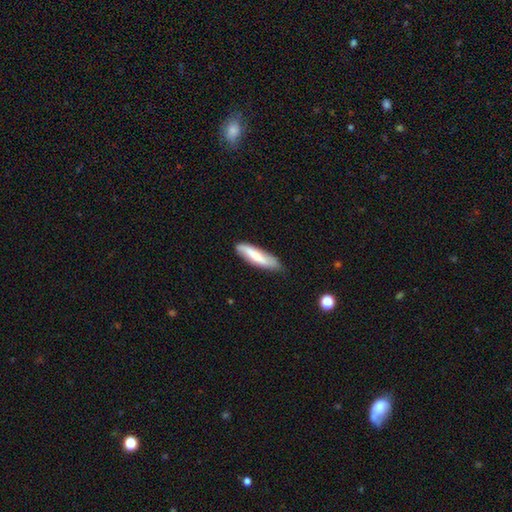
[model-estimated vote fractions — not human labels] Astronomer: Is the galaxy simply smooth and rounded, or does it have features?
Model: smooth — 63%.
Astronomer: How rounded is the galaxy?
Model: cigar-shaped — 67%.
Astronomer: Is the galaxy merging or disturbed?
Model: none — 75%.